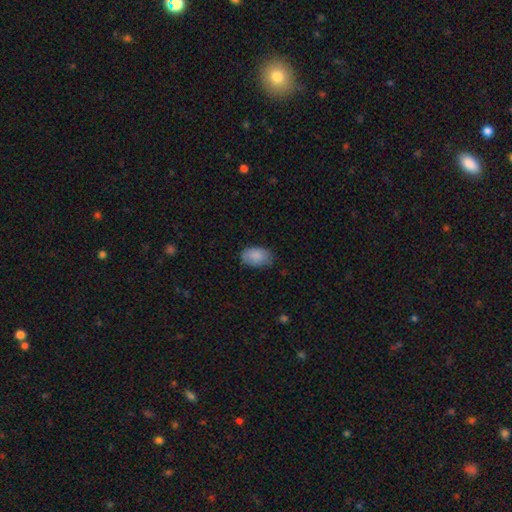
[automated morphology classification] This appears to be a smooth galaxy with no disk features (88%) that is in between round and cigar-shaped (90%). Merging: none (70%).